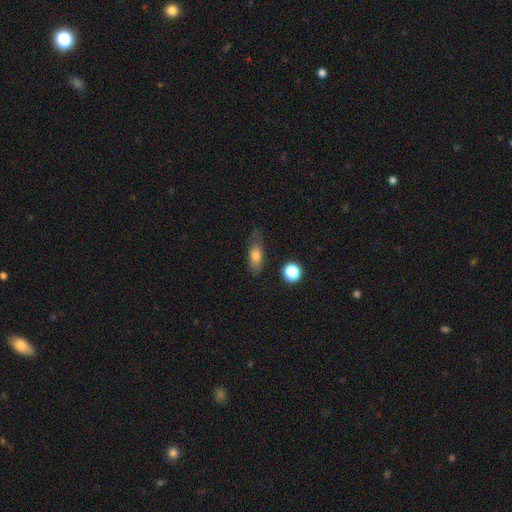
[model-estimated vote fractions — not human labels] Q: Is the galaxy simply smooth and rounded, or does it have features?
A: smooth — 72%.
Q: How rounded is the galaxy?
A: in between — 70%.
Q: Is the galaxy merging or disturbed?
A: none — 64%.